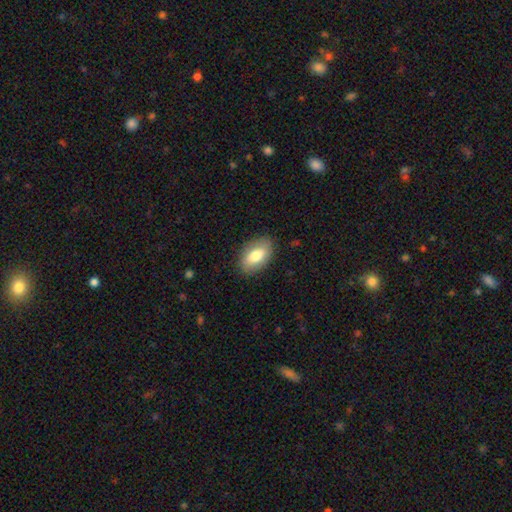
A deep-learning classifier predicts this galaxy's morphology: The model was most divided on "smooth or featured": smooth: 75%, featured or disk: 19%, star or artifact: 6%. More confident: how rounded — in between (92%); merging — none (85%).